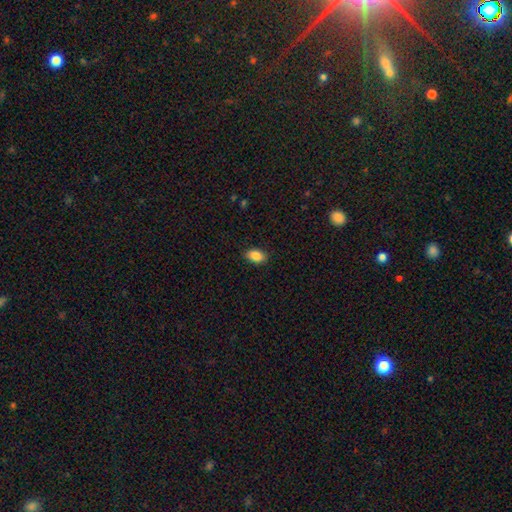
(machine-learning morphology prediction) Smooth or featured? Predicted: smooth (p=0.87). How rounded? Predicted: in between (p=0.88). Merging? Predicted: none (p=0.88).